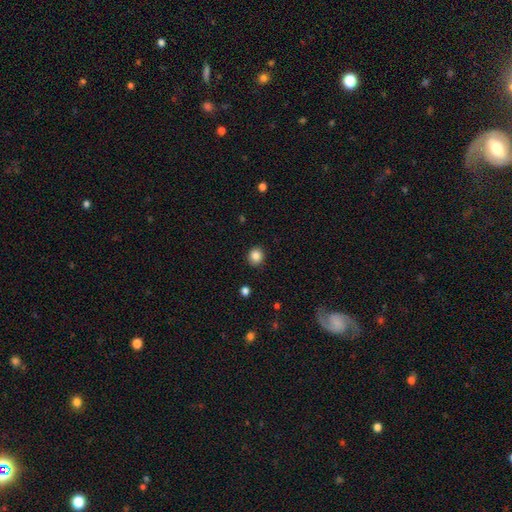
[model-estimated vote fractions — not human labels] smooth_or_featured: smooth (p=0.85) [alt: star or artifact p=0.10]
how_rounded: round (p=0.86) [alt: in between p=0.13]
merging: none (p=0.90) [alt: minor disturbance p=0.06]